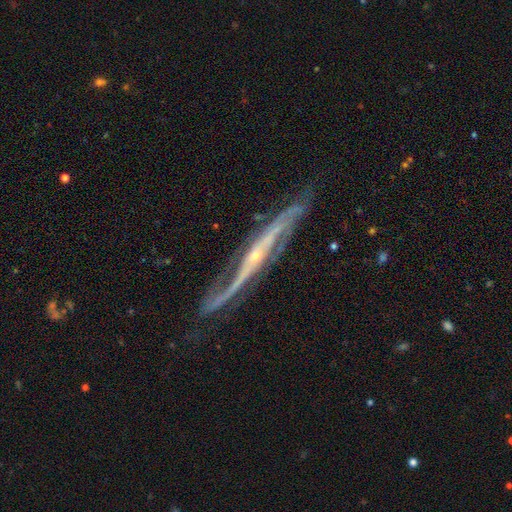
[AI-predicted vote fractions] This appears to be a featured or disk galaxy (89%) viewed edge-on (60%) with a rounded central bulge (69%). Merging: none (72%).